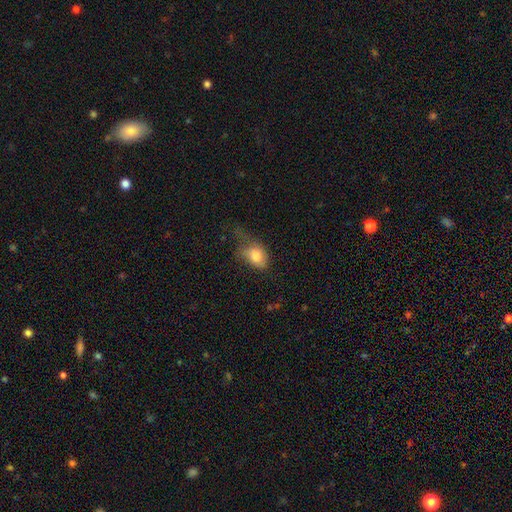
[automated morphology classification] Smooth or featured? smooth (77%)
How rounded? in between (79%)
Merging? major disturbance (38%)